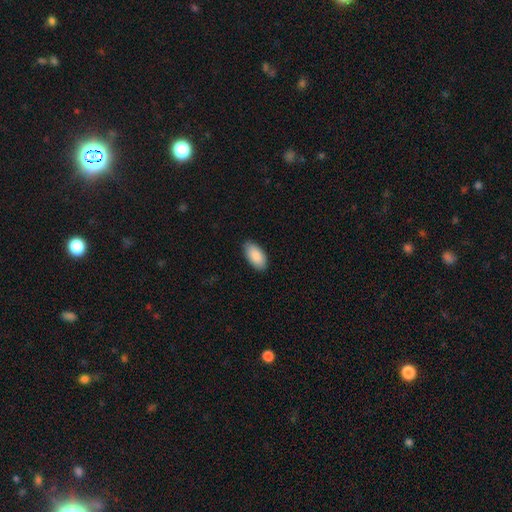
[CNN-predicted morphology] A smooth galaxy with no disk features (90%) that is in between round and cigar-shaped (95%).

Vote fractions:
- Smooth or featured? smooth: 90% / star or artifact: 6% / featured or disk: 5%
- How rounded? in between: 95% / cigar-shaped: 3% / round: 2%
- Merging? none: 87% / minor disturbance: 10% / major disturbance: 2% / merger: 1%